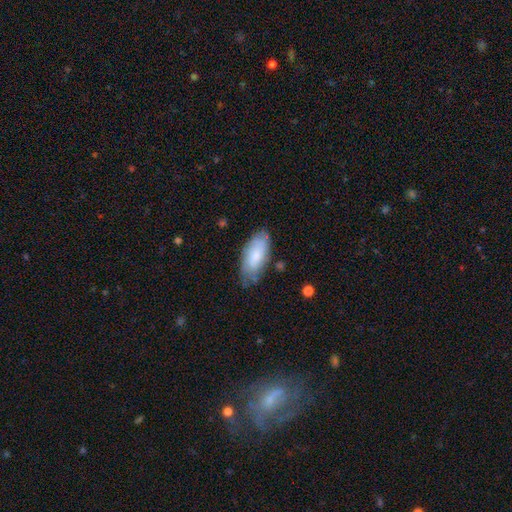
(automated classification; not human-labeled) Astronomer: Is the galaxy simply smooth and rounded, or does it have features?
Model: smooth — 70%.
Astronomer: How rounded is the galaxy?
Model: in between — 90%.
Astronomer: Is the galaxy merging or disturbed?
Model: none — 71%.